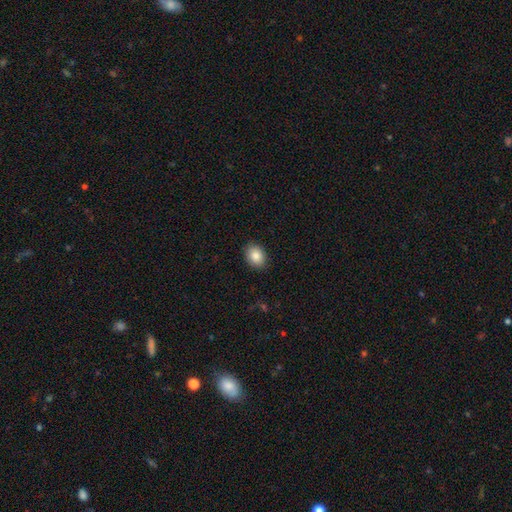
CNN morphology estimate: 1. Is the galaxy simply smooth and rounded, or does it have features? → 86% smooth, 8% star or artifact, 6% featured or disk.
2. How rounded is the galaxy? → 64% in between, 35% round, 1% cigar-shaped.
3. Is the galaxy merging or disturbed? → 90% none, 7% minor disturbance, 2% major disturbance, 1% merger.